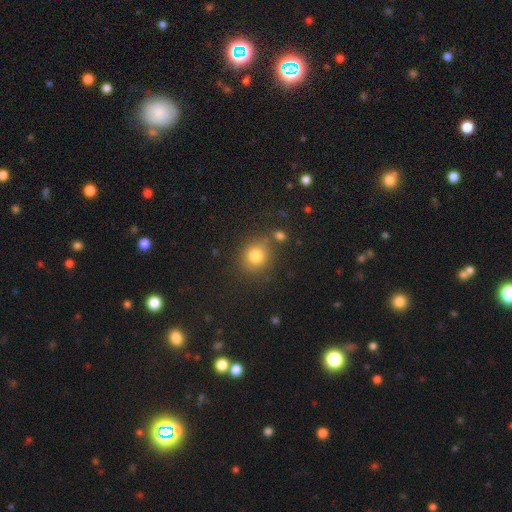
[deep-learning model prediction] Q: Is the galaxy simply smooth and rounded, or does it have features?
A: smooth — 80%.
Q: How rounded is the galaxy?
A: round — 76%.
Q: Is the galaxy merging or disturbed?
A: none — 75%.